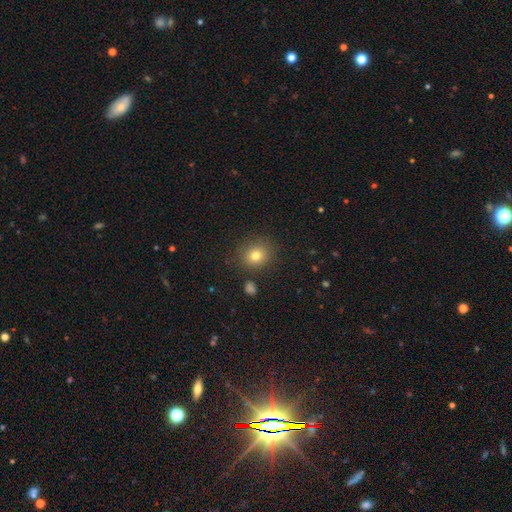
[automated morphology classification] A smooth galaxy with no disk features (78%) that is round (82%). Merging: none (86%).